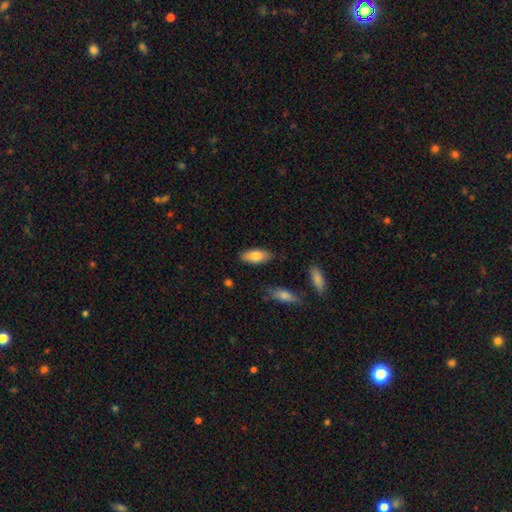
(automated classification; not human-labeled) Overall: smooth (81%). How rounded: in between (86%). Merging: none (84%).